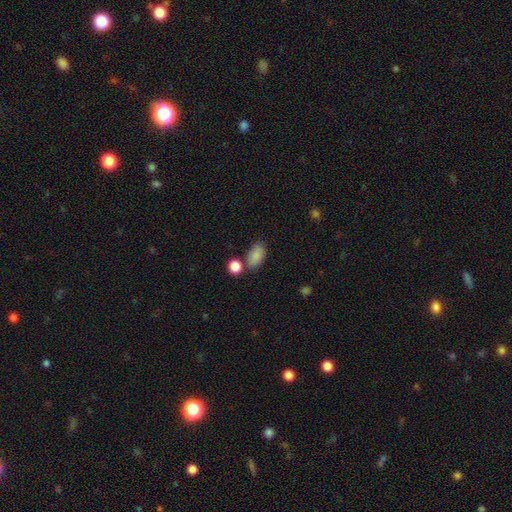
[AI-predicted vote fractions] Smooth or featured?
  - smooth: 86% *
  - star or artifact: 8%
  - featured or disk: 5%
How rounded?
  - in between: 91% *
  - round: 7%
  - cigar-shaped: 2%
Merging?
  - none: 70% *
  - minor disturbance: 15%
  - merger: 11%
  - major disturbance: 4%